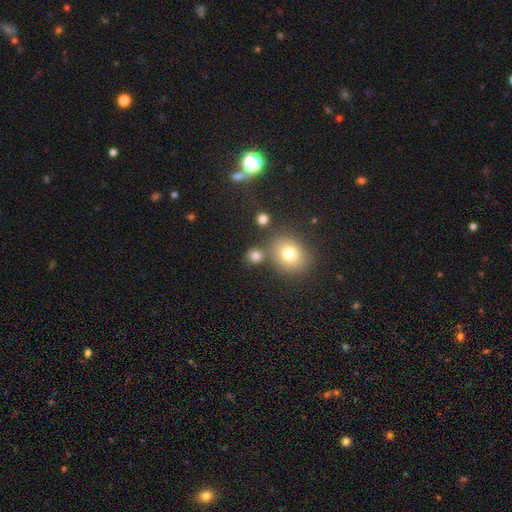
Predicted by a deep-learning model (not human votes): smooth_or_featured: smooth (p=0.78) [alt: star or artifact p=0.15]
how_rounded: round (p=0.80) [alt: in between p=0.19]
merging: none (p=0.71) [alt: merger p=0.15]